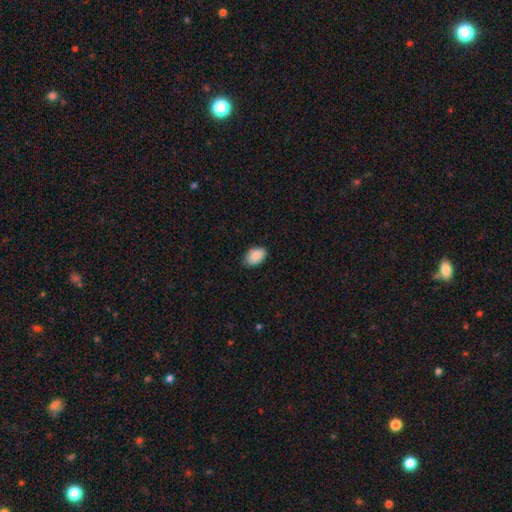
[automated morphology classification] smooth_or_featured: smooth (p=0.89) [alt: star or artifact p=0.07]
how_rounded: in between (p=0.91) [alt: round p=0.08]
merging: none (p=0.79) [alt: minor disturbance p=0.18]